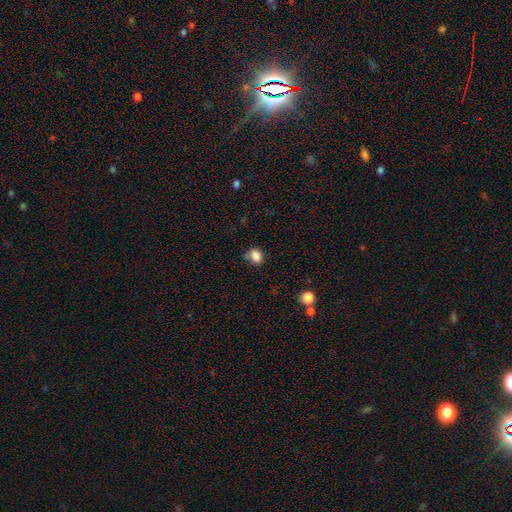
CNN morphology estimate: The model was most divided on "how rounded": in between: 57%, round: 41%, cigar-shaped: 1%. More confident: smooth or featured — smooth (84%); merging — none (59%).